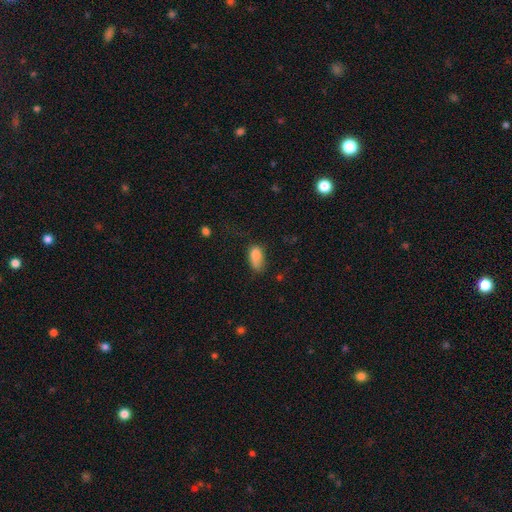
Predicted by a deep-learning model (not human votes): Smooth or featured? smooth (82%)
How rounded? in between (90%)
Merging? none (38%)